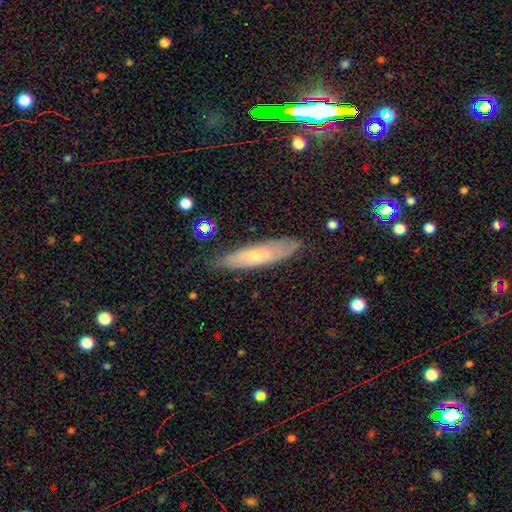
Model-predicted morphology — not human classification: Smooth or featured? smooth (55%)
How rounded? cigar-shaped (70%)
Merging? none (77%)